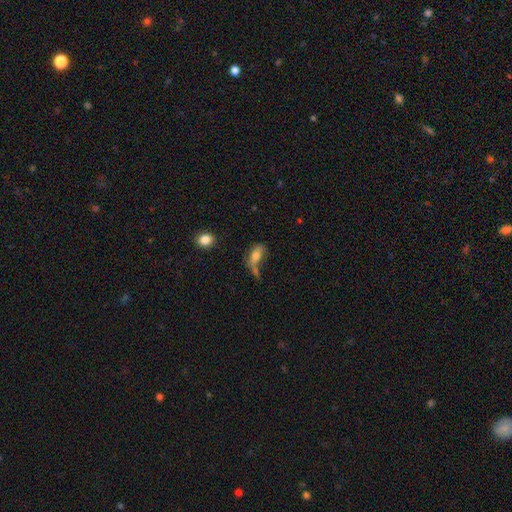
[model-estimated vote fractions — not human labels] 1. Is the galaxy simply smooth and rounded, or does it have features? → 69% smooth, 20% featured or disk, 10% star or artifact.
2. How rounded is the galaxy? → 79% in between, 15% cigar-shaped, 6% round.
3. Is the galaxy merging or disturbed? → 36% none, 26% merger, 19% minor disturbance, 19% major disturbance.